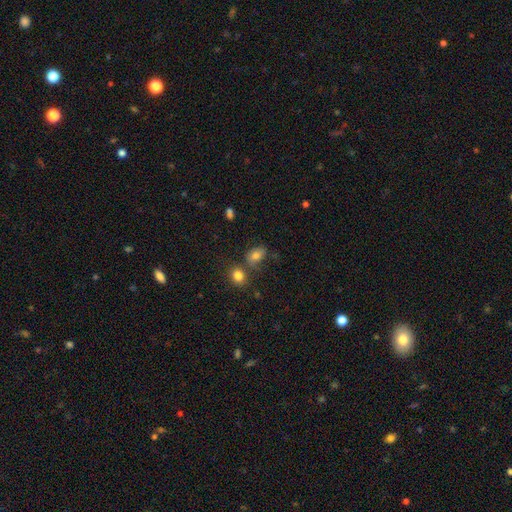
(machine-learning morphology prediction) smooth_or_featured: smooth (p=0.76) [alt: featured or disk p=0.12]
how_rounded: in between (p=0.74) [alt: round p=0.25]
merging: none (p=0.55) [alt: merger p=0.20]